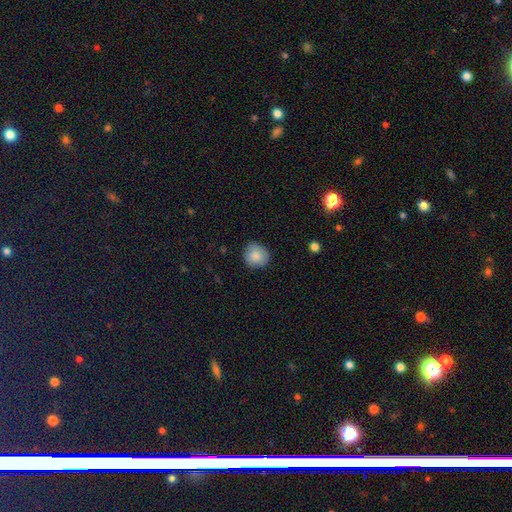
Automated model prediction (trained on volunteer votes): Overall: smooth (84%). How rounded: round (89%). Merging: none (82%).